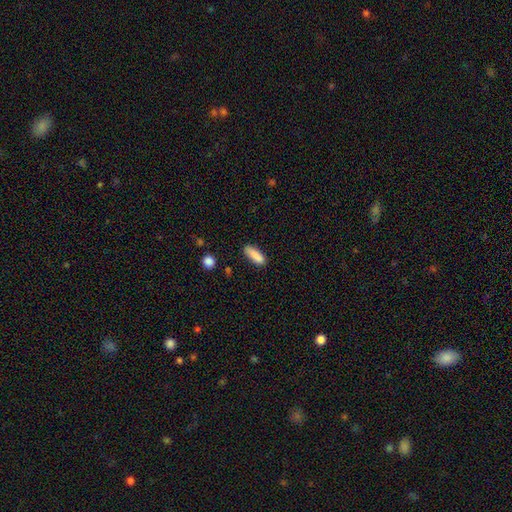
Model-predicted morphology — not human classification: Smooth or featured: smooth — 88% (star or artifact — 7%)
How rounded: in between — 53% (cigar-shaped — 45%)
Merging: none — 80% (minor disturbance — 15%)